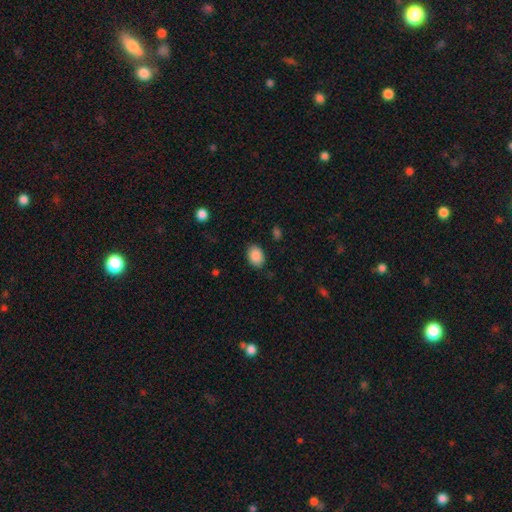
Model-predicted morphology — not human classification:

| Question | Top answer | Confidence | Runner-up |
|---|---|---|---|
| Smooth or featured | smooth | 89% | star or artifact (8%) |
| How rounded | in between | 74% | round (25%) |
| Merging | none | 84% | minor disturbance (12%) |